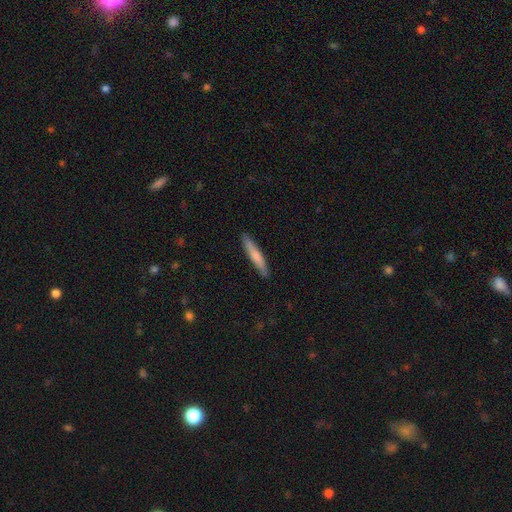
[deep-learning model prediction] Q: Smooth or featured?
A: smooth (70%); runner-up: featured or disk (25%)
Q: How rounded?
A: cigar-shaped (93%); runner-up: in between (6%)
Q: Merging?
A: none (89%); runner-up: minor disturbance (8%)